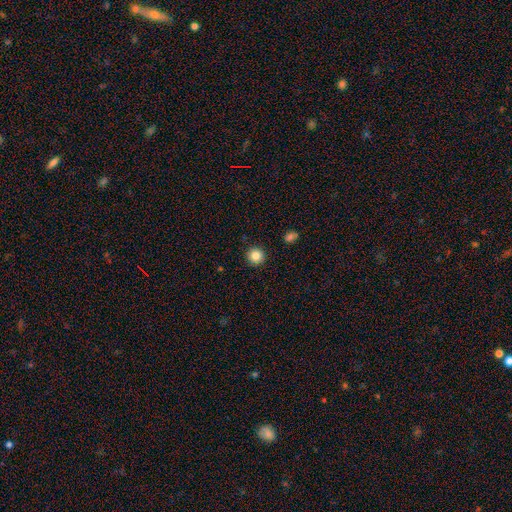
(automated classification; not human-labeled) Smooth or featured? smooth (84%)
How rounded? round (95%)
Merging? none (92%)